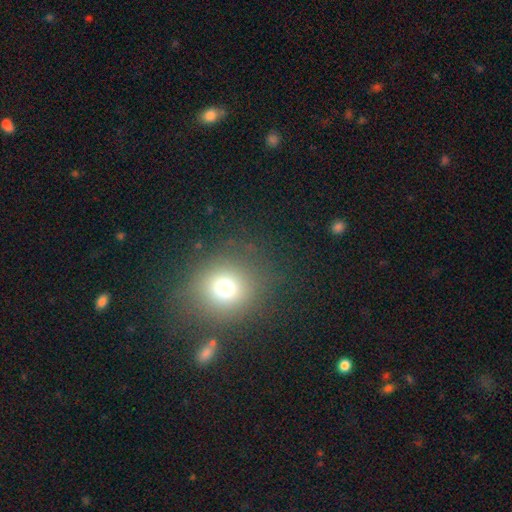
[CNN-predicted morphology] Smooth or featured: smooth — 69% (star or artifact — 21%)
How rounded: round — 80% (in between — 19%)
Merging: none — 82% (minor disturbance — 10%)